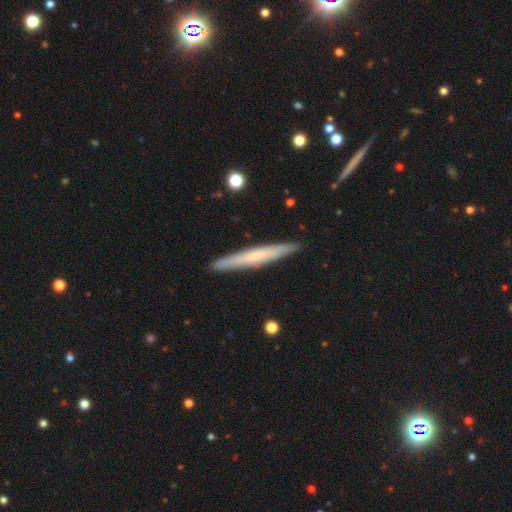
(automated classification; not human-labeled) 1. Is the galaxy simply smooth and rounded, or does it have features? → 49% smooth, 45% featured or disk, 6% star or artifact.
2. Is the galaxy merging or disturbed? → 91% none, 7% minor disturbance, 1% major disturbance, 1% merger.